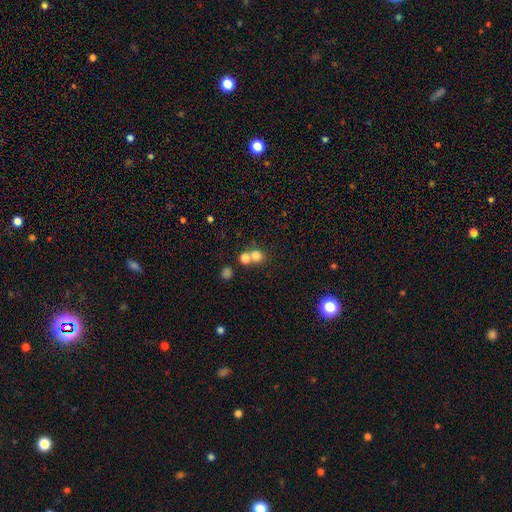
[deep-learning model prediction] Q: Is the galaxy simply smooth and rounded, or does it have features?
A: smooth — 75%.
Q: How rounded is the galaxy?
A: round — 78%.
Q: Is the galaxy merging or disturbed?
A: none — 48%.